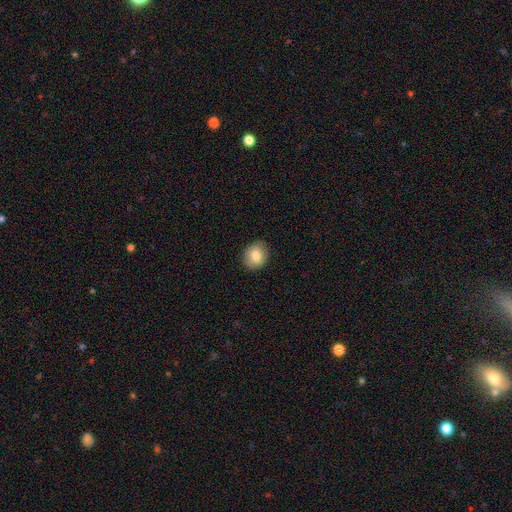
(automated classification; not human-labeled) Morphology: type=smooth (82%); roundness=round (66%); merging=none (88%).